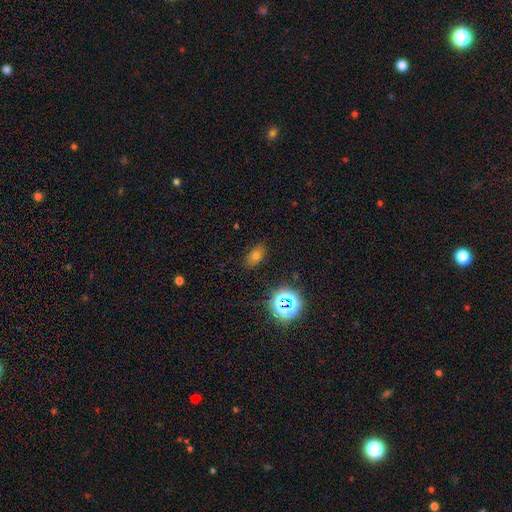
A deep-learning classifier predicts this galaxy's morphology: Smooth or featured?
  - smooth: 65% *
  - star or artifact: 23%
  - featured or disk: 11%
How rounded?
  - in between: 82% *
  - round: 15%
  - cigar-shaped: 3%
Merging?
  - none: 84% *
  - minor disturbance: 12%
  - major disturbance: 3%
  - merger: 2%